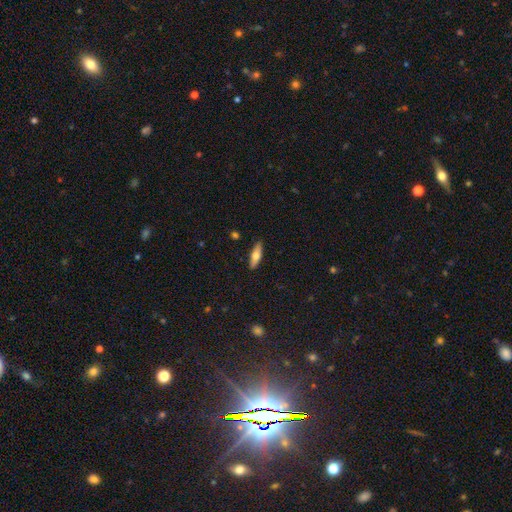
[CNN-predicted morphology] A smooth galaxy with no disk features (62%) that is cigar-shaped (55%).

Vote fractions:
- Smooth or featured? smooth: 62% / featured or disk: 32% / star or artifact: 6%
- How rounded? cigar-shaped: 55% / in between: 43% / round: 2%
- Merging? none: 88% / minor disturbance: 9% / major disturbance: 2% / merger: 1%